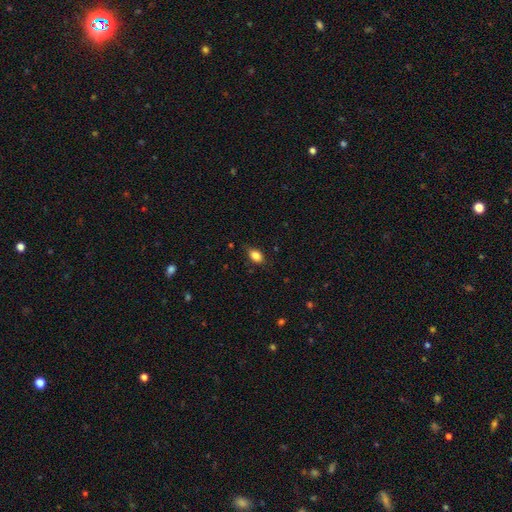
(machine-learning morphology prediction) This appears to be a smooth galaxy with no disk features (86%) that is in between round and cigar-shaped (86%). Merging: none (79%).